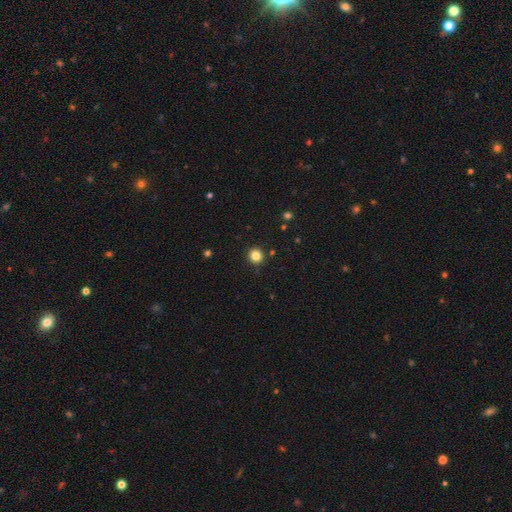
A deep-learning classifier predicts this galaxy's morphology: Smooth or featured: smooth — 83% (star or artifact — 12%)
How rounded: round — 92% (in between — 7%)
Merging: none — 92% (minor disturbance — 5%)